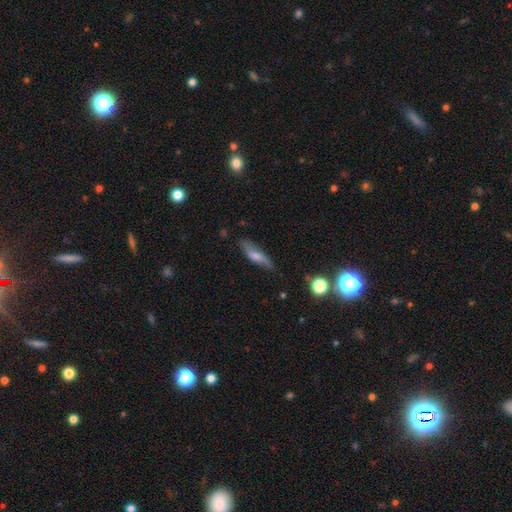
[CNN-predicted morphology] smooth_or_featured: featured or disk (p=0.44) [alt: smooth p=0.42]
merging: none (p=0.72) [alt: minor disturbance p=0.20]